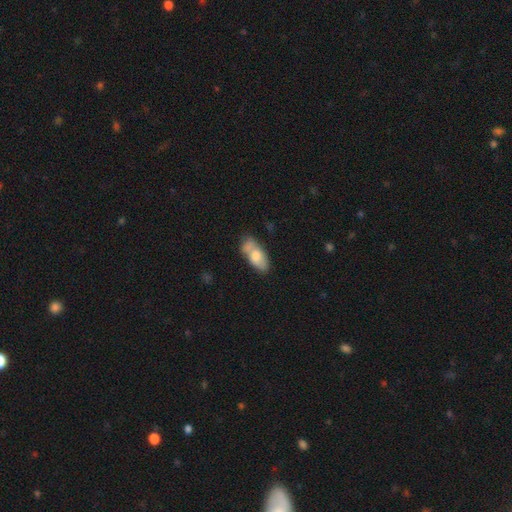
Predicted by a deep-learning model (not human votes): This appears to be a smooth galaxy with no disk features (66%) that is in between round and cigar-shaped (87%). Merging: none (47%).